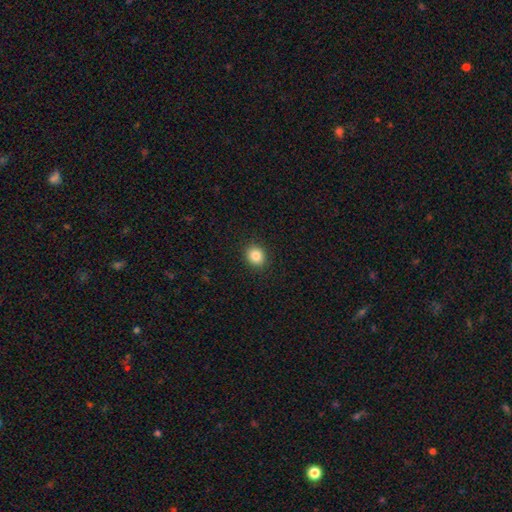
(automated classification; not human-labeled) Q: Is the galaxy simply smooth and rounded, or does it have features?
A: smooth — 85%.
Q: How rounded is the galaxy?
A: round — 75%.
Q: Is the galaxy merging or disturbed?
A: none — 91%.